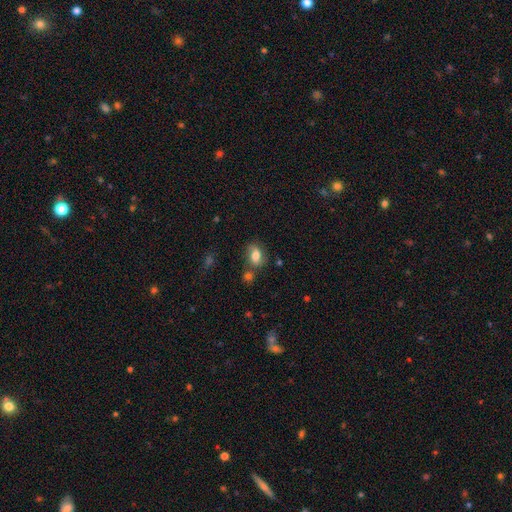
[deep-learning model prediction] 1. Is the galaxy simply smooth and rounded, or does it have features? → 72% smooth, 18% featured or disk, 10% star or artifact.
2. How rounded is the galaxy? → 78% in between, 20% round, 2% cigar-shaped.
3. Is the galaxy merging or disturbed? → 61% none, 19% minor disturbance, 13% merger, 6% major disturbance.